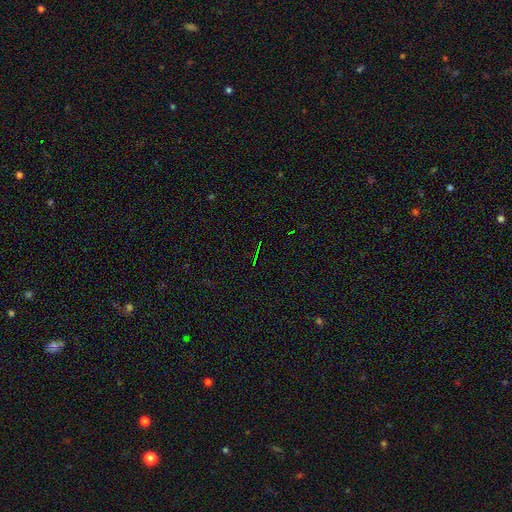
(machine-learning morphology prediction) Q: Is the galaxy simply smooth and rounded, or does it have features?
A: star or artifact — 76%.